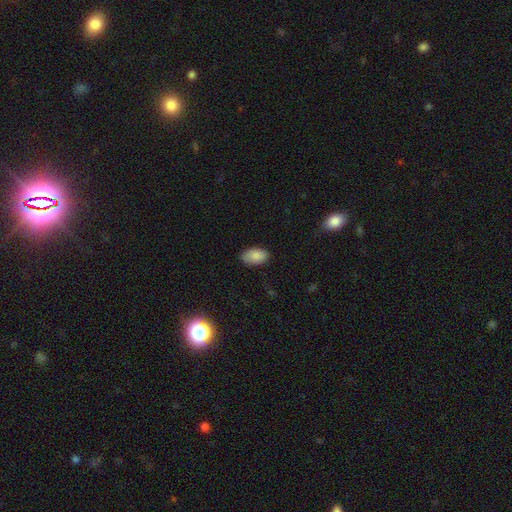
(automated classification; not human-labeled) Smooth or featured? Predicted: smooth (p=0.88). How rounded? Predicted: in between (p=0.94). Merging? Predicted: none (p=0.85).